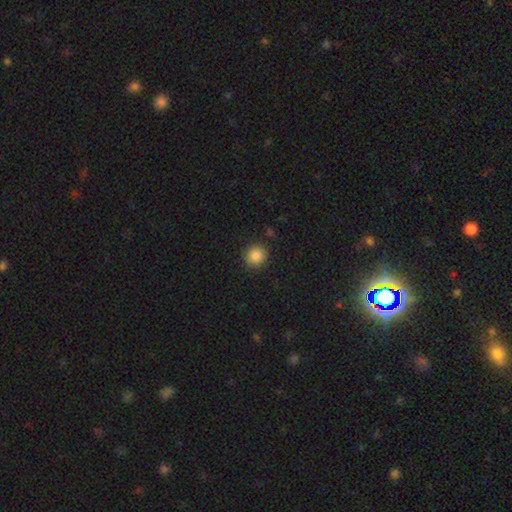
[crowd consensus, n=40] smooth 85%, star or artifact 12%, featured or disk 2%. Down the decision tree: how rounded — round (100%); merging — none (91%).